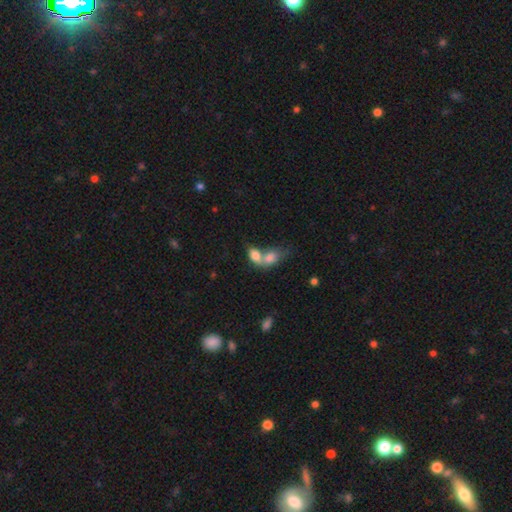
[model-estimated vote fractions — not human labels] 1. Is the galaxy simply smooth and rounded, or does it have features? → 78% smooth, 13% featured or disk, 8% star or artifact.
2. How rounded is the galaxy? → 83% in between, 14% round, 3% cigar-shaped.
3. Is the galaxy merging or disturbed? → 73% merger, 16% none, 6% minor disturbance, 5% major disturbance.